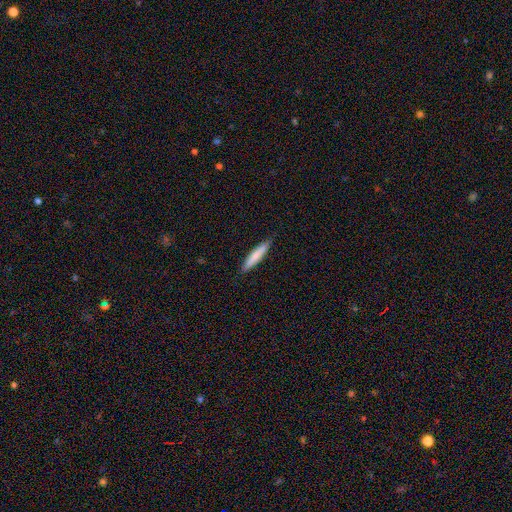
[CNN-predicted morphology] A smooth galaxy with no disk features (77%) that is cigar-shaped (90%). Merging: none (89%).